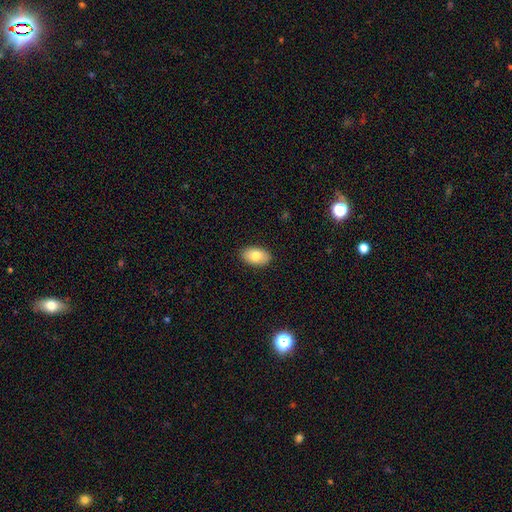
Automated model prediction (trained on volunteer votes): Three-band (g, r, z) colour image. It shows a smooth galaxy with no disk features (80%) that is in between round and cigar-shaped (91%). Merging: none (88%).